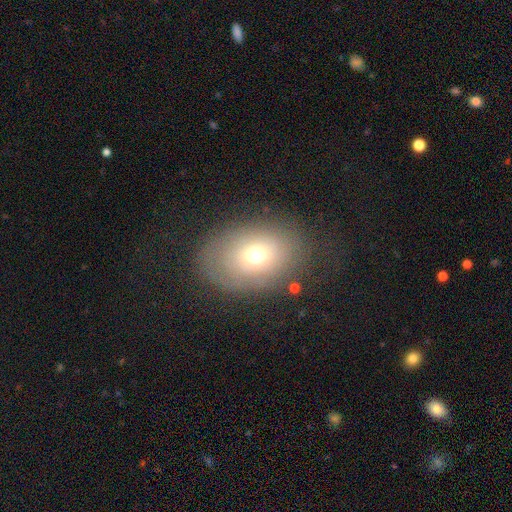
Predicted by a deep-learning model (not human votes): This appears to be a smooth galaxy with no disk features (64%) that is in between round and cigar-shaped (70%). Merging: none (72%).